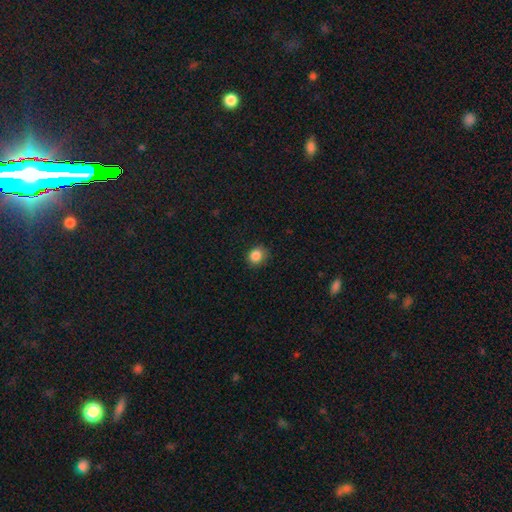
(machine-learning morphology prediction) Overall: smooth (86%). How rounded: round (70%). Merging: none (81%).